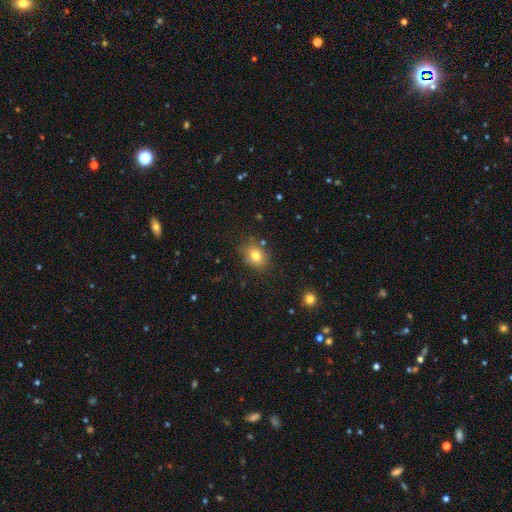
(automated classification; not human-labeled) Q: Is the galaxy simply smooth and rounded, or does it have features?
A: smooth — 78%.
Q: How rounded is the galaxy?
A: round — 53%.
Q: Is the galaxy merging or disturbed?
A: none — 80%.